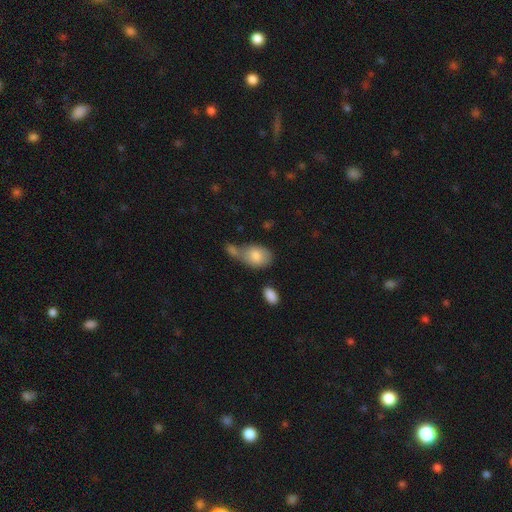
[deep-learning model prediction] Smooth or featured?
  - smooth: 80% *
  - featured or disk: 13%
  - star or artifact: 7%
How rounded?
  - in between: 81% *
  - round: 17%
  - cigar-shaped: 2%
Merging?
  - merger: 39% *
  - none: 34%
  - minor disturbance: 17%
  - major disturbance: 11%